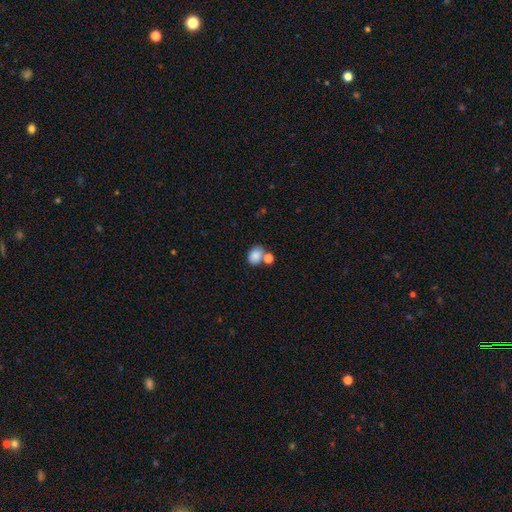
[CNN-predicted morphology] The model was most divided on "how rounded": in between: 59%, round: 40%, cigar-shaped: 1%. More confident: smooth or featured — smooth (84%); merging — none (53%).